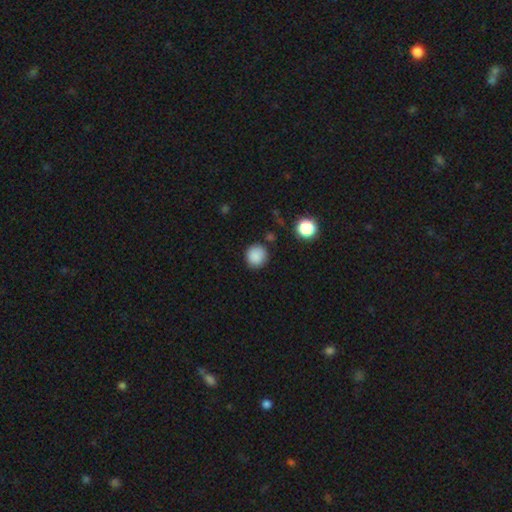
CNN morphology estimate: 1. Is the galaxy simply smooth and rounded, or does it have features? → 86% smooth, 10% star or artifact, 4% featured or disk.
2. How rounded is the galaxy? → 90% round, 9% in between, 1% cigar-shaped.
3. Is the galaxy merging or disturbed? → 84% none, 10% minor disturbance, 3% merger, 3% major disturbance.